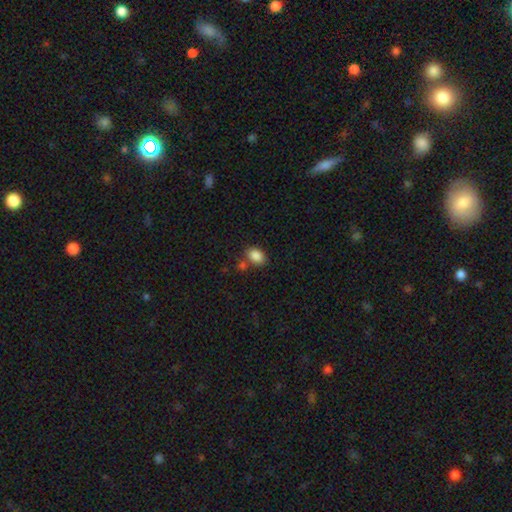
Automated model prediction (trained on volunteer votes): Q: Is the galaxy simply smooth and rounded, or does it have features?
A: smooth — 87%.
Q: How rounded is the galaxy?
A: in between — 75%.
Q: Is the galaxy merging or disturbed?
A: none — 68%.